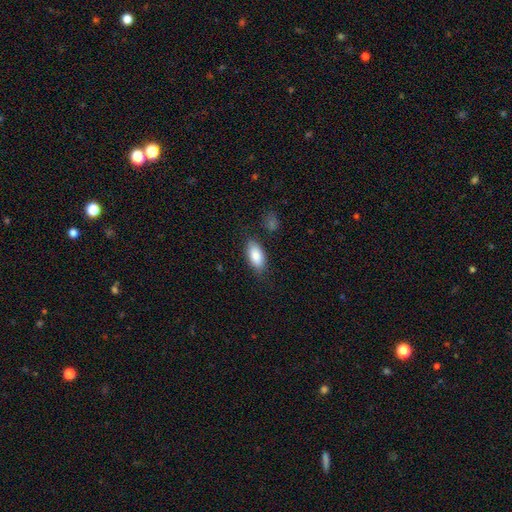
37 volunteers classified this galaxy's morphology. Smooth or featured? smooth (89%)
How rounded? in between (91%)
Merging? none (69%)